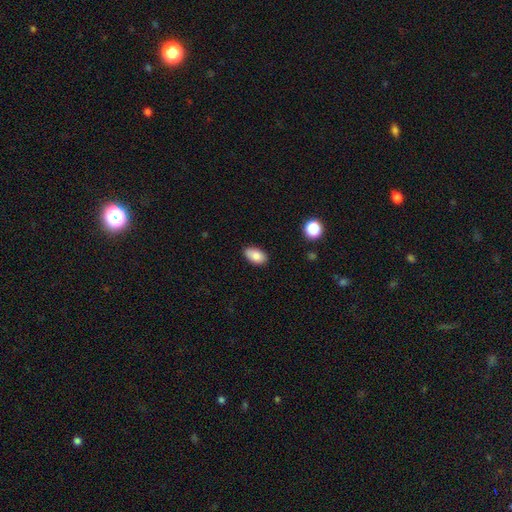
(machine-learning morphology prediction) smooth-or-featured: smooth: 84% | featured or disk: 8% | star or artifact: 8%
  how-rounded: in between: 93% | round: 5% | cigar-shaped: 2%
  merging: none: 86% | minor disturbance: 11% | major disturbance: 2% | merger: 1%